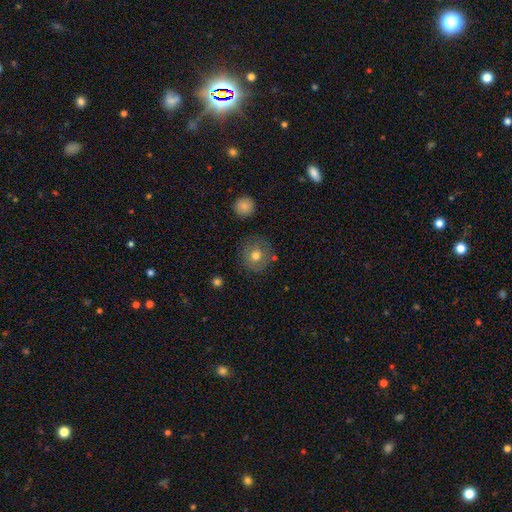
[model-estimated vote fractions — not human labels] This appears to be a smooth galaxy with no disk features (69%) that is round (93%). Merging: none (81%).